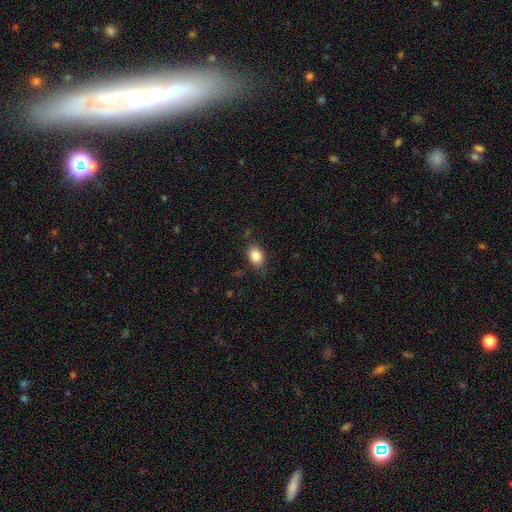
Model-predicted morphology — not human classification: A smooth galaxy with no disk features (85%) that is in between round and cigar-shaped (68%).

Vote fractions:
- Smooth or featured? smooth: 85% / star or artifact: 9% / featured or disk: 6%
- How rounded? in between: 68% / round: 31% / cigar-shaped: 1%
- Merging? none: 81% / minor disturbance: 14% / major disturbance: 4% / merger: 1%